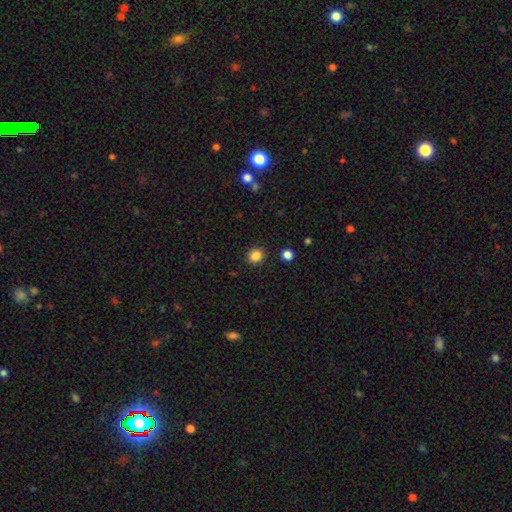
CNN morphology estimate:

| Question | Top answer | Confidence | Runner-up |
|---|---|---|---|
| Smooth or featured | smooth | 84% | star or artifact (11%) |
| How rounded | round | 87% | in between (12%) |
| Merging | none | 90% | minor disturbance (6%) |